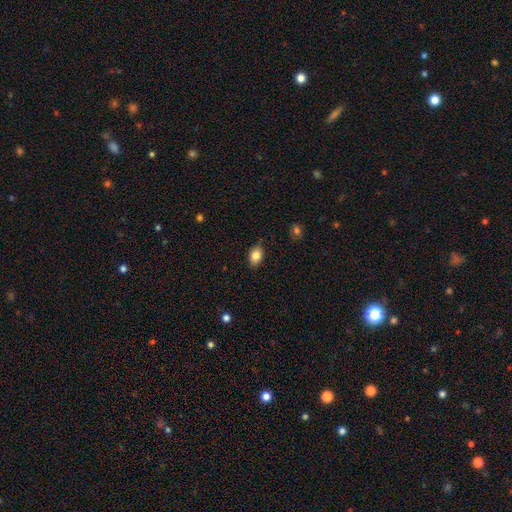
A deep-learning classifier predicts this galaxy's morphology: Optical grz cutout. It shows a smooth galaxy with no disk features (84%) that is in between round and cigar-shaped (78%). Merging: none (85%).